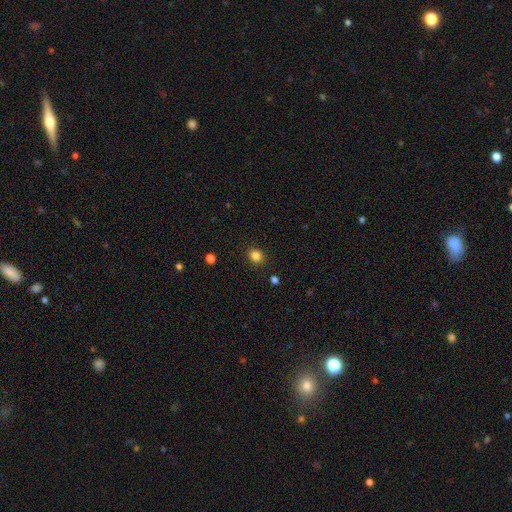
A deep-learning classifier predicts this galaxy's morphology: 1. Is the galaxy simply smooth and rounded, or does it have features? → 84% smooth, 12% star or artifact, 5% featured or disk.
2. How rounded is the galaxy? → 71% round, 28% in between, 1% cigar-shaped.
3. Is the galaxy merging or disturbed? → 89% none, 7% minor disturbance, 2% major disturbance, 1% merger.